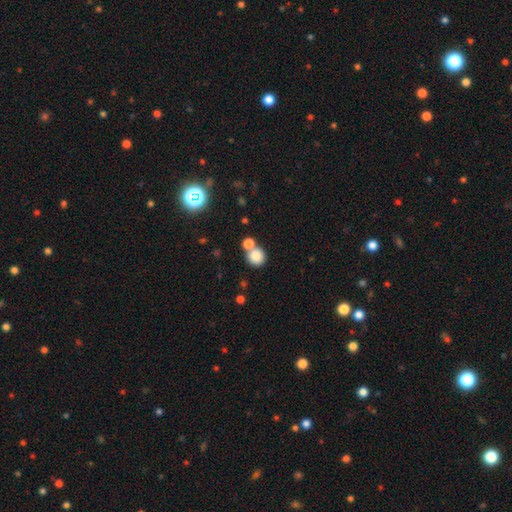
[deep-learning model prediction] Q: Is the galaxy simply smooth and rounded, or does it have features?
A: smooth — 83%.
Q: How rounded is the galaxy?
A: round — 90%.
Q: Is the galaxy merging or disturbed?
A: none — 55%.